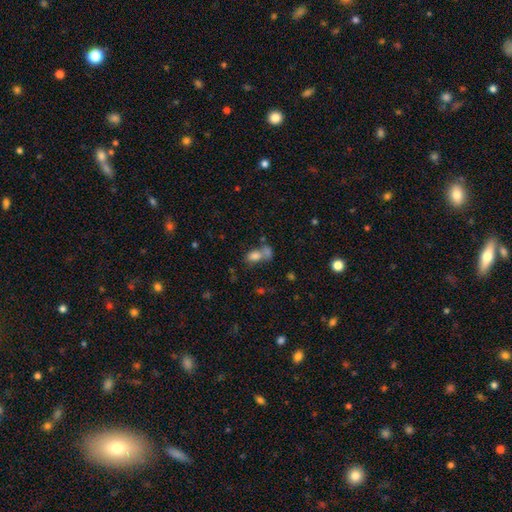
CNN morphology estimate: Q: Smooth or featured?
A: smooth (72%); runner-up: star or artifact (16%)
Q: How rounded?
A: in between (74%); runner-up: round (23%)
Q: Merging?
A: merger (51%); runner-up: none (32%)